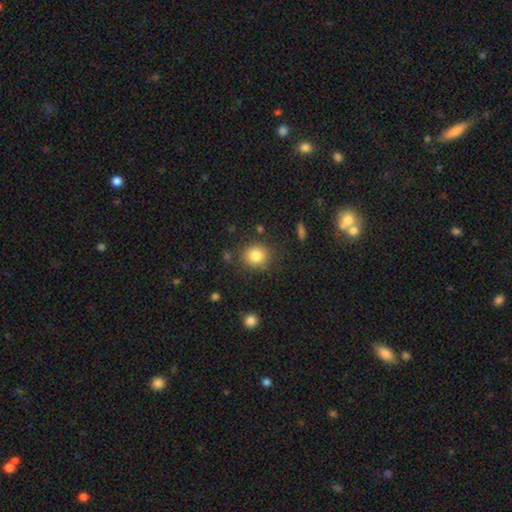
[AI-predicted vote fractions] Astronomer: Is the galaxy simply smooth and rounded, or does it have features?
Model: smooth — 84%.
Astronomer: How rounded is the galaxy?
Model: round — 84%.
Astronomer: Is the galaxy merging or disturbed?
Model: none — 84%.